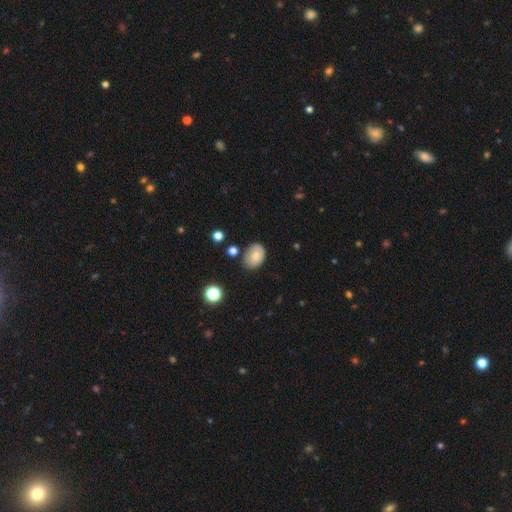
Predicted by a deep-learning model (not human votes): smooth_or_featured: smooth (p=0.76) [alt: featured or disk p=0.16]
how_rounded: in between (p=0.70) [alt: round p=0.29]
merging: none (p=0.68) [alt: minor disturbance p=0.23]